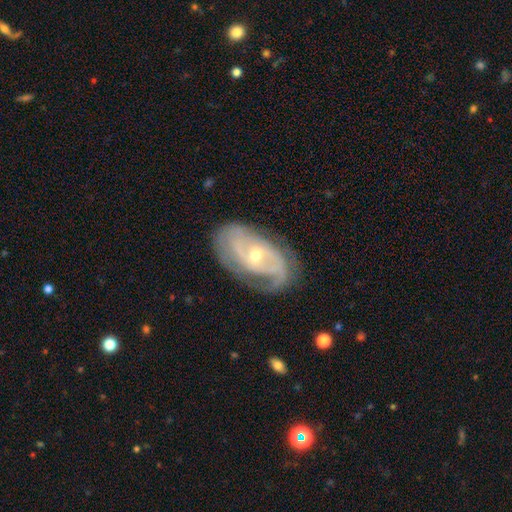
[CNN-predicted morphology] This appears to be a featured or disk galaxy (85%) with no bar (46%), 2 (53%) tight (46%) spiral arms (92%) and a small central bulge (50%). Merging: none (66%).